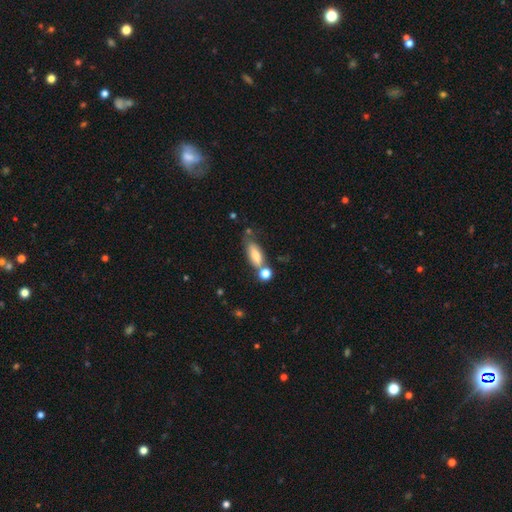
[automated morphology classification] Smooth or featured?
  - smooth: 72% *
  - featured or disk: 20%
  - star or artifact: 8%
How rounded?
  - in between: 69% *
  - cigar-shaped: 27%
  - round: 4%
Merging?
  - none: 49% *
  - merger: 25%
  - minor disturbance: 18%
  - major disturbance: 8%